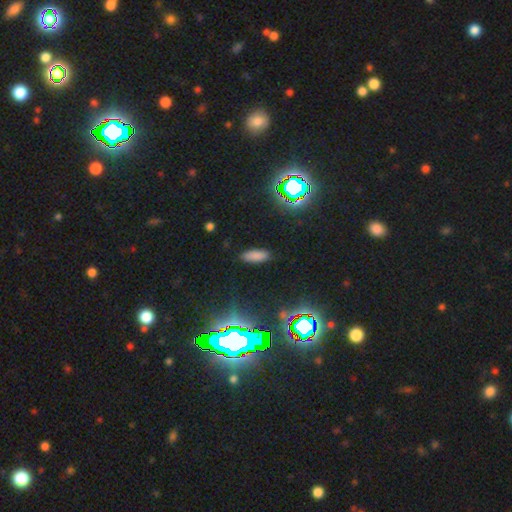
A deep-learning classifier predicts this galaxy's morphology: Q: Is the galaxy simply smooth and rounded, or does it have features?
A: smooth — 73%.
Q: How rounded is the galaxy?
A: in between — 69%.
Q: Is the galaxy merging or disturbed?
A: none — 89%.